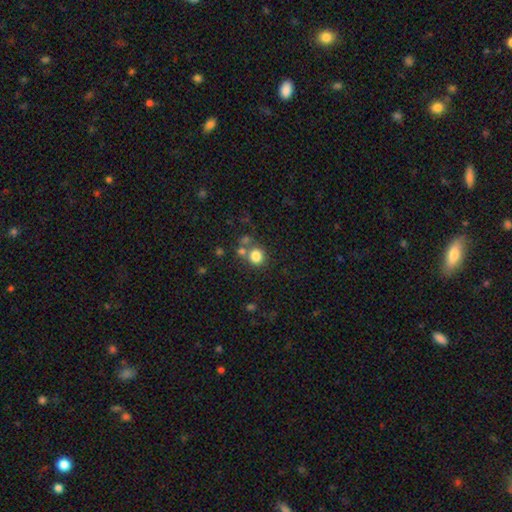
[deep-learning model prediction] smooth_or_featured: smooth (p=0.80) [alt: star or artifact p=0.12]
how_rounded: round (p=0.82) [alt: in between p=0.17]
merging: none (p=0.62) [alt: merger p=0.24]